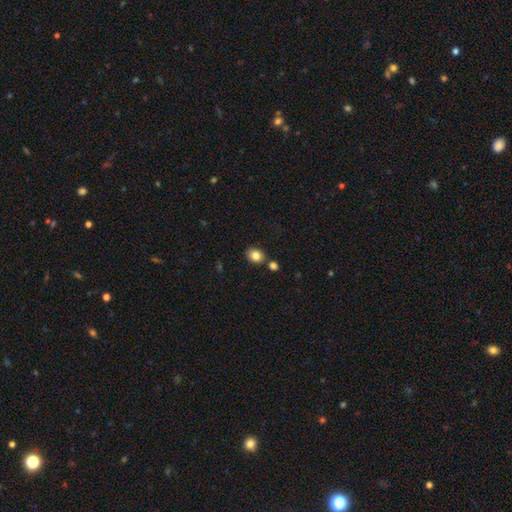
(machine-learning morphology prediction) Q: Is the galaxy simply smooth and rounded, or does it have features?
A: smooth — 83%.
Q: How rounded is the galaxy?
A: round — 52%.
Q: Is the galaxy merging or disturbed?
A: none — 78%.